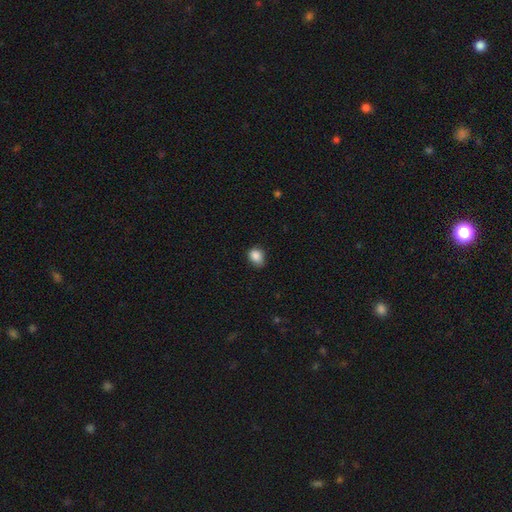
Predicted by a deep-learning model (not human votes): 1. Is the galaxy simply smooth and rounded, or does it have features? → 86% smooth, 9% star or artifact, 4% featured or disk.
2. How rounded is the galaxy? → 55% in between, 44% round, 1% cigar-shaped.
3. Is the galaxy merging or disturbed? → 67% none, 27% minor disturbance, 4% major disturbance, 1% merger.